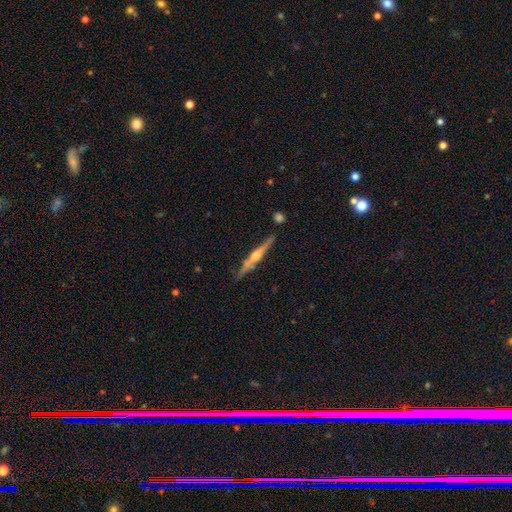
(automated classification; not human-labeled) Smooth or featured?
  - featured or disk: 80% *
  - smooth: 14%
  - star or artifact: 6%
Edge-on disk?
  - yes: 98% *
  - no: 2%
Edge-on bulge?
  - rounded: 89% *
  - none: 6%
  - boxy: 6%
Merging?
  - none: 81% *
  - minor disturbance: 12%
  - merger: 4%
  - major disturbance: 3%